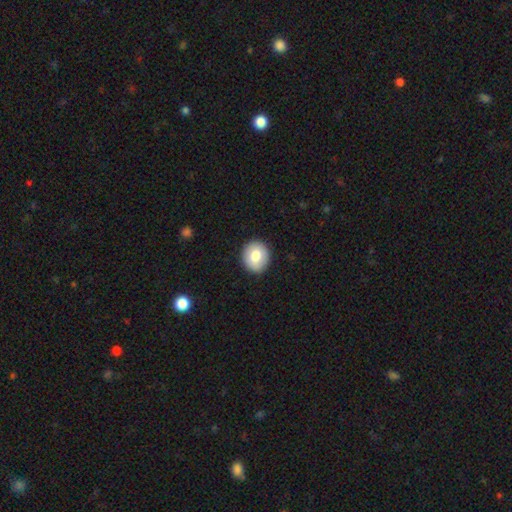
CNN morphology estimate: Overall: smooth (78%). How rounded: round (81%). Merging: none (90%).